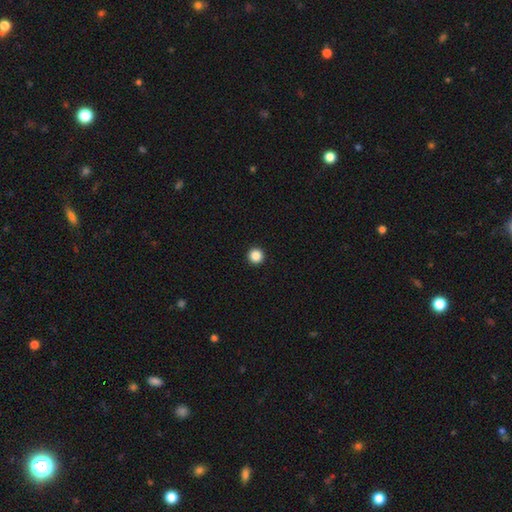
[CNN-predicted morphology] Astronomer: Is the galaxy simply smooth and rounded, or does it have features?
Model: smooth — 87%.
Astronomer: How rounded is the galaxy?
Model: round — 97%.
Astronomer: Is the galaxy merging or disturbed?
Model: none — 95%.